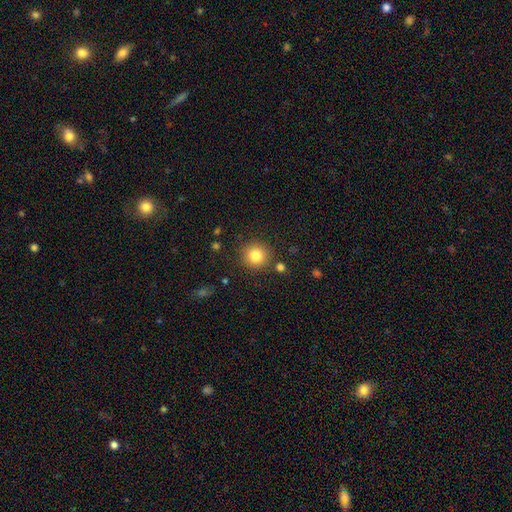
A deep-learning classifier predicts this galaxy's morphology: smooth_or_featured: smooth (p=0.82) [alt: star or artifact p=0.11]
how_rounded: round (p=0.93) [alt: in between p=0.07]
merging: none (p=0.87) [alt: minor disturbance p=0.07]